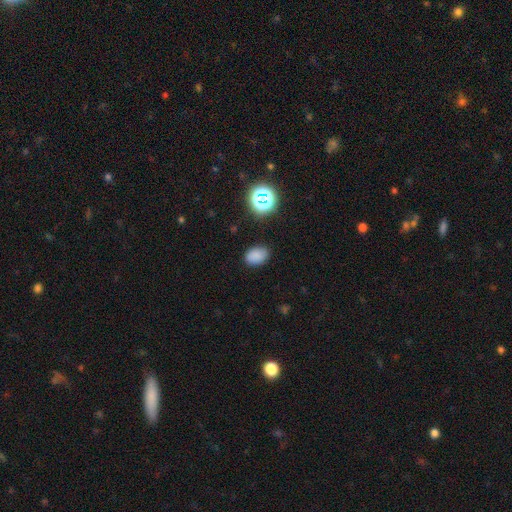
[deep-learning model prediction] Q: Smooth or featured?
A: smooth (79%); runner-up: star or artifact (16%)
Q: How rounded?
A: in between (79%); runner-up: round (20%)
Q: Merging?
A: none (82%); runner-up: minor disturbance (13%)